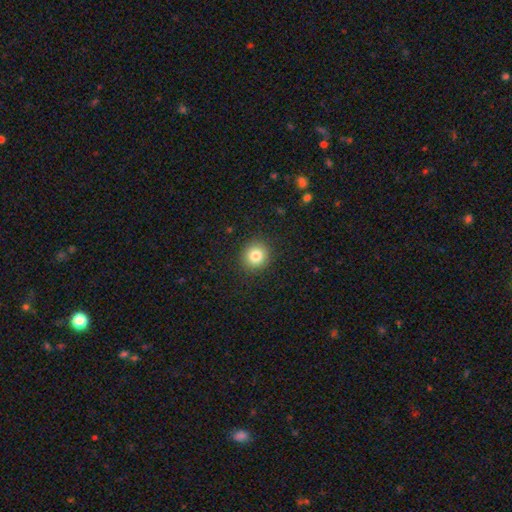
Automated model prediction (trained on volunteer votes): A smooth galaxy with no disk features (83%) that is round (88%). Merging: none (90%).